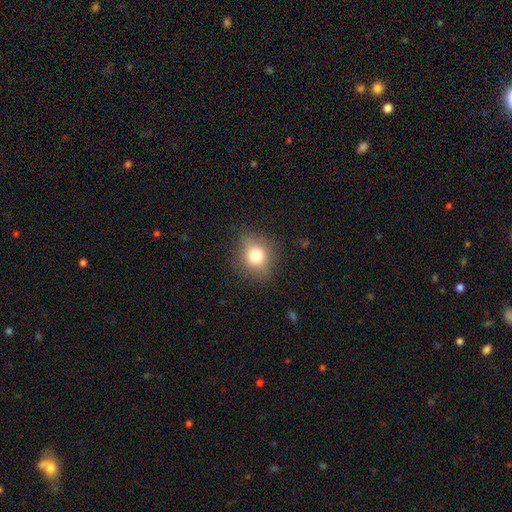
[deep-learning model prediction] smooth_or_featured: smooth (p=0.75) [alt: featured or disk p=0.13]
how_rounded: round (p=0.70) [alt: in between p=0.28]
merging: none (p=0.82) [alt: minor disturbance p=0.13]